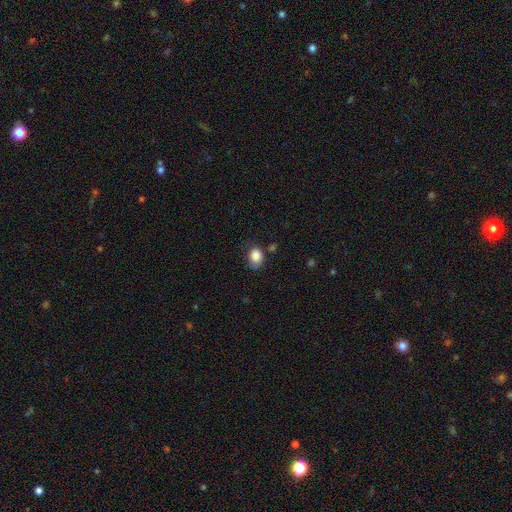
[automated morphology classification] type=smooth (86%); roundness=in between (64%); merging=none (63%).